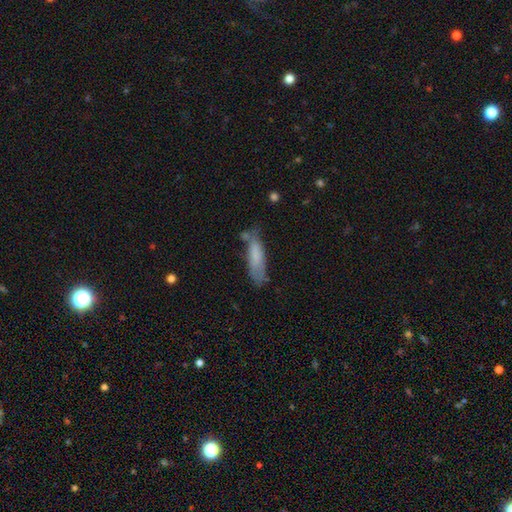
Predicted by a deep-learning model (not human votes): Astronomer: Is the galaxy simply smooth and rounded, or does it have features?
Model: smooth — 74%.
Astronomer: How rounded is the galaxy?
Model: cigar-shaped — 60% (runner-up: in between, 38%).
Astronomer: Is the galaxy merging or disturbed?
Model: none — 51% (runner-up: minor disturbance, 30%).